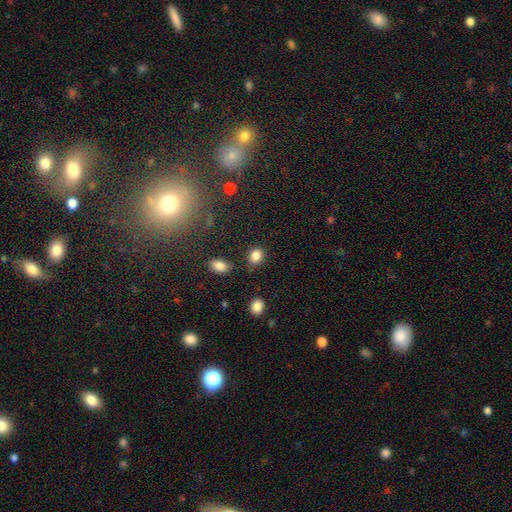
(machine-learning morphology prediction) Q: Smooth or featured?
A: smooth (85%); runner-up: star or artifact (10%)
Q: How rounded?
A: in between (49%); tied with: round (49%)
Q: Merging?
A: none (76%); runner-up: minor disturbance (15%)